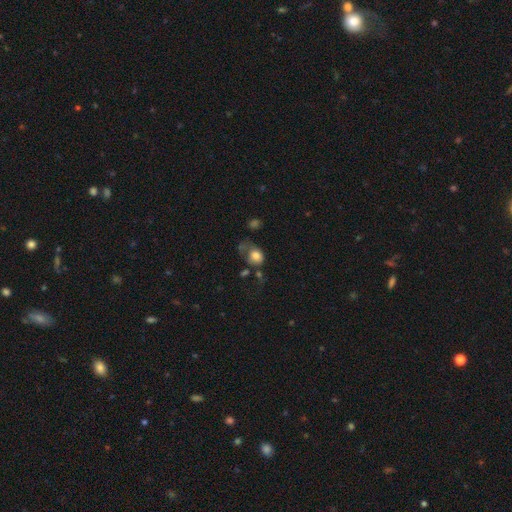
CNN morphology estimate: Smooth or featured?
  - smooth: 74% *
  - featured or disk: 16%
  - star or artifact: 10%
How rounded?
  - round: 52% *
  - in between: 47%
  - cigar-shaped: 1%
Merging?
  - major disturbance: 33% *
  - none: 28%
  - minor disturbance: 24%
  - merger: 15%